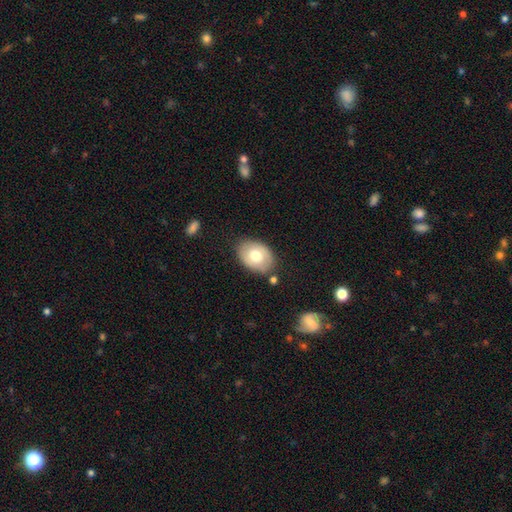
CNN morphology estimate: Smooth or featured? Predicted: smooth (p=0.68). How rounded? Predicted: in between (p=0.76). Merging? Predicted: none (p=0.77).